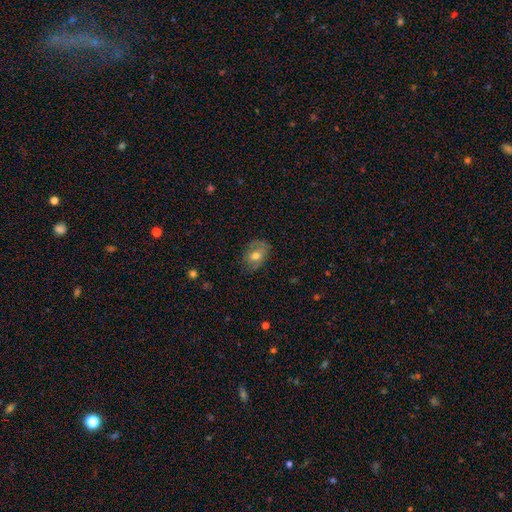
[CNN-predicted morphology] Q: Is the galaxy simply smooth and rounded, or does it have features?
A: smooth — 53%.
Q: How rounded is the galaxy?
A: in between — 74%.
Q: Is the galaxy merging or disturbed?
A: none — 69%.